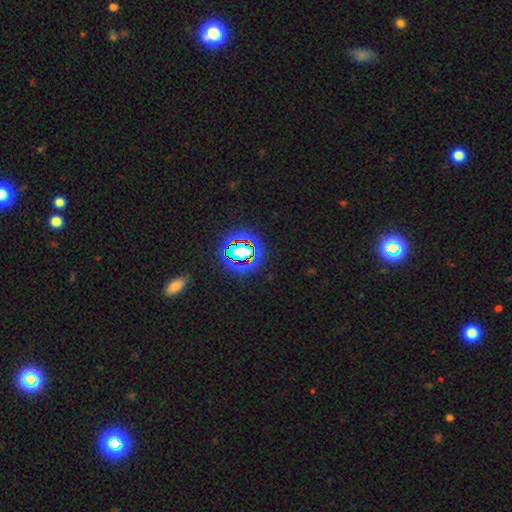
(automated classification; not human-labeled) Smooth or featured? star or artifact (75%)